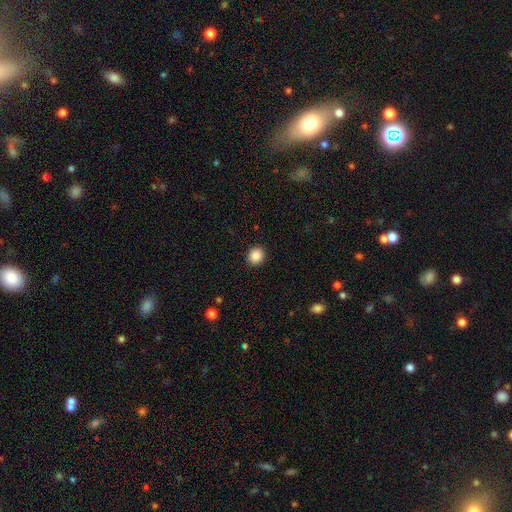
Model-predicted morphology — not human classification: smooth_or_featured: smooth (p=0.85) [alt: star or artifact p=0.10]
how_rounded: round (p=0.88) [alt: in between p=0.11]
merging: none (p=0.92) [alt: minor disturbance p=0.05]